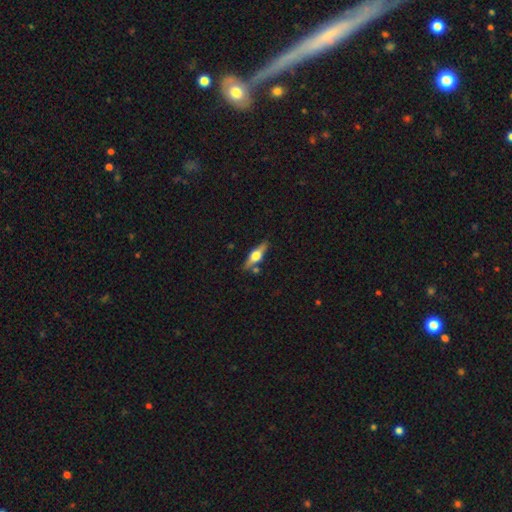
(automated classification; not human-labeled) smooth-or-featured: featured or disk: 67% | smooth: 27% | star or artifact: 6%
  disk-edge-on: yes: 96% | no: 4%
    edge-on-bulge: rounded: 95% | boxy: 4% | none: 1%
  merging: none: 82% | minor disturbance: 10% | merger: 5% | major disturbance: 3%